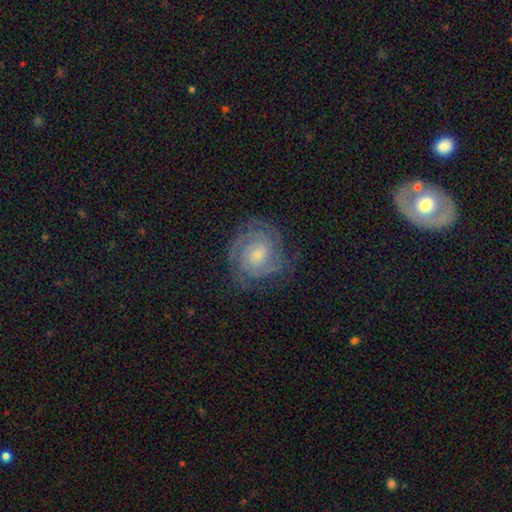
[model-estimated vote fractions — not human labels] Overall: featured or disk (84%). Edge-on disk: no (98%). Bar: no (60%; weak 33%). Spiral arms: yes (97%). Spiral arm count: 2 (36%; 3 23%). Spiral winding: tight (75%). Bulge size: small (54%; moderate 36%). Merging: none (78%).